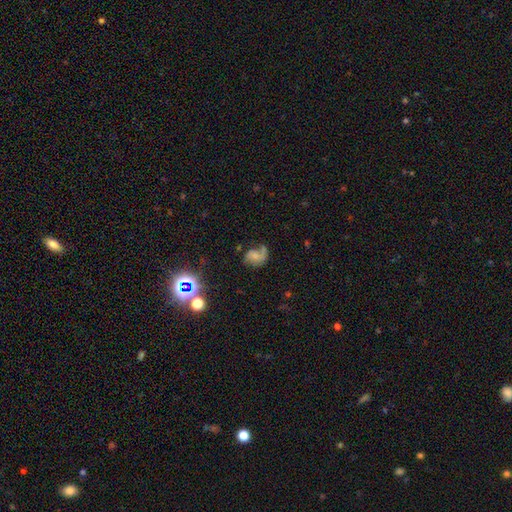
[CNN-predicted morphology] Overall: featured or disk (63%; smooth 24%). Edge-on disk: no (98%). Bar: no (61%; weak 32%). Spiral arms: yes (89%). Spiral arm count: 2 (63%; 1 27%). Spiral winding: loose (43%; medium 41%). Bulge size: small (41%; none 32%). Merging: none (48%; minor disturbance 25%).